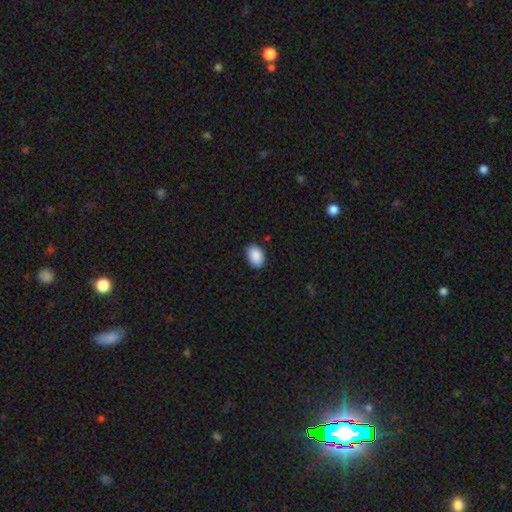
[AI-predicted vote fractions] A smooth galaxy with no disk features (91%) that is in between round and cigar-shaped (87%). Merging: none (88%).